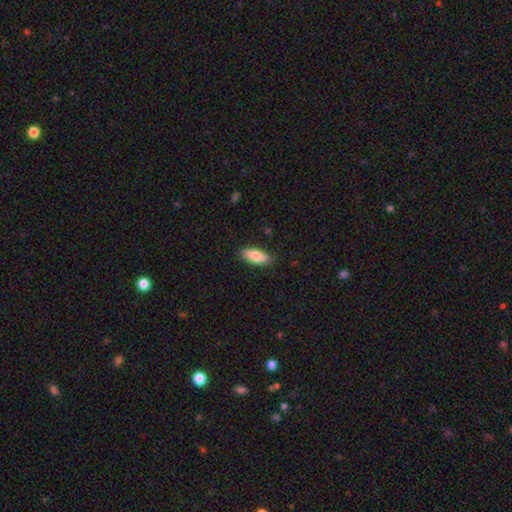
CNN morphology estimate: Q: Smooth or featured?
A: smooth (82%); runner-up: featured or disk (12%)
Q: How rounded?
A: in between (80%); runner-up: cigar-shaped (18%)
Q: Merging?
A: none (87%); runner-up: minor disturbance (10%)